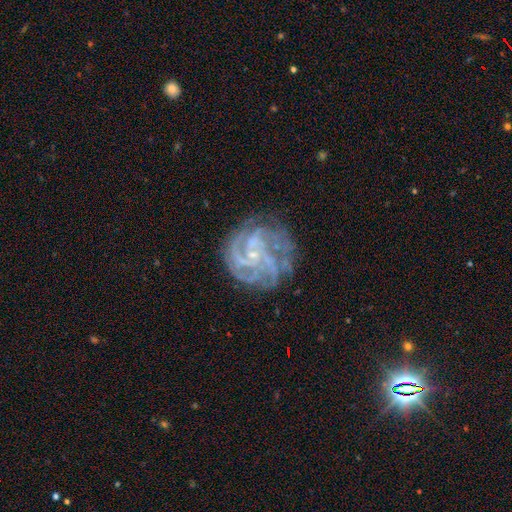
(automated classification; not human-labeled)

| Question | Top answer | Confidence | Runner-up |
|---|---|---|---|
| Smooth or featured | featured or disk | 77% | star or artifact (14%) |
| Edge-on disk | no | 97% | yes (3%) |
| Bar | no | 57% | weak (33%) |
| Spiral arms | yes | 94% | no (6%) |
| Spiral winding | tight | 62% | medium (31%) |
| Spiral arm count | can't tell | 27% | 4 (21%) |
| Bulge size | small | 78% | moderate (12%) |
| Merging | none | 75% | minor disturbance (15%) |